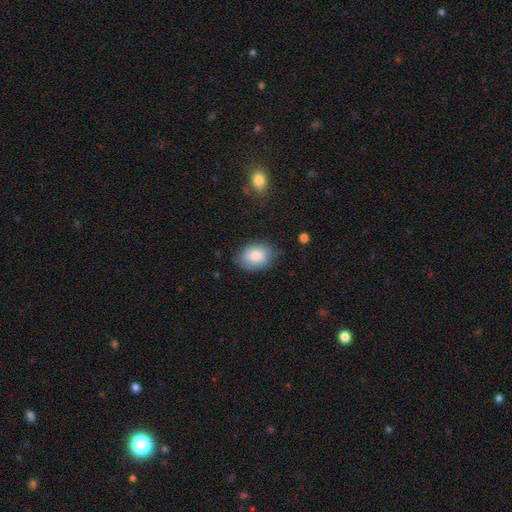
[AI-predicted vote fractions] Morphology: type=smooth (84%); roundness=in between (73%); merging=none (76%).